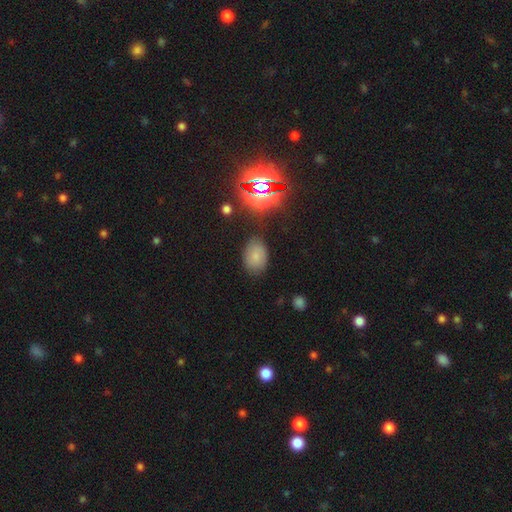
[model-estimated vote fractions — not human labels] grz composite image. It shows a smooth galaxy with no disk features (72%) that is in between round and cigar-shaped (82%). Merging: none (79%).